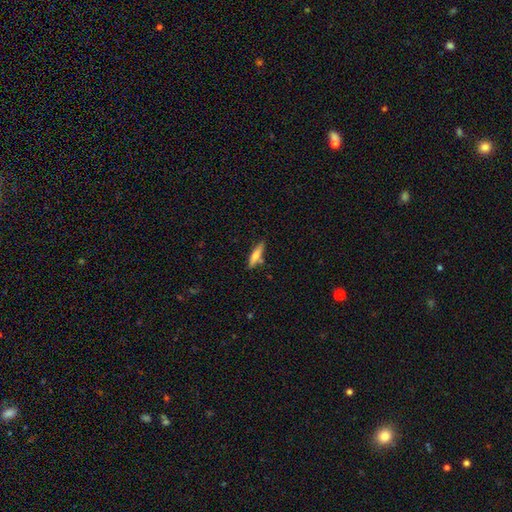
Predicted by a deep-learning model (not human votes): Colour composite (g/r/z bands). It shows a smooth galaxy with no disk features (63%) that is cigar-shaped (77%). Merging: none (74%).